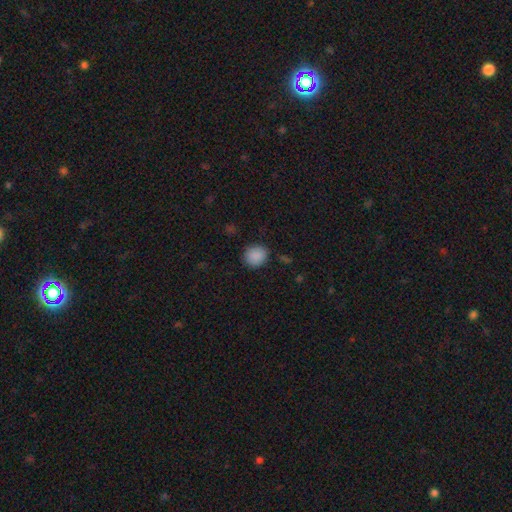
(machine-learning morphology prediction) Smooth or featured: smooth — 88% (star or artifact — 9%)
How rounded: round — 82% (in between — 17%)
Merging: none — 86% (minor disturbance — 10%)